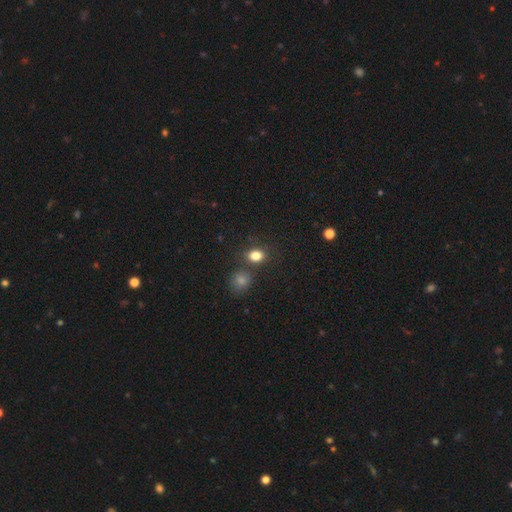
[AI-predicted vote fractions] Morphology: type=smooth (82%); roundness=in between (54%); merging=none (73%).